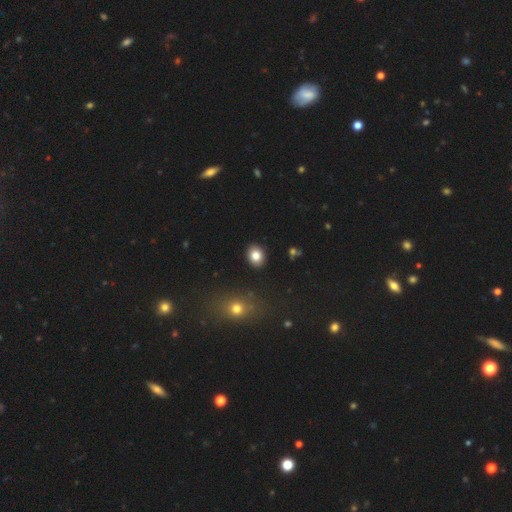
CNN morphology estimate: smooth_or_featured: smooth (p=0.83) [alt: star or artifact p=0.09]
how_rounded: in between (p=0.51) [alt: round p=0.48]
merging: none (p=0.90) [alt: minor disturbance p=0.06]